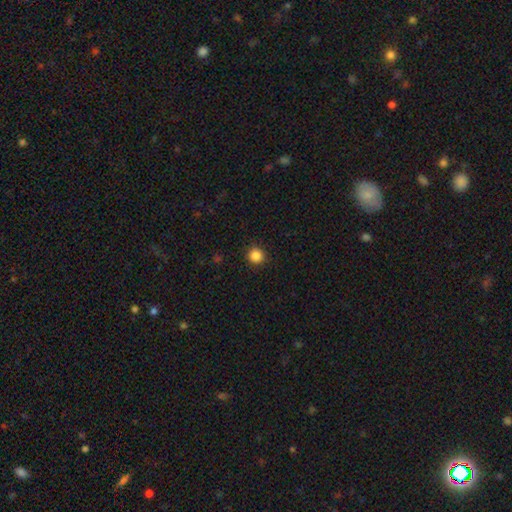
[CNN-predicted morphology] This appears to be a smooth galaxy with no disk features (86%) that is round (93%). Merging: none (92%).